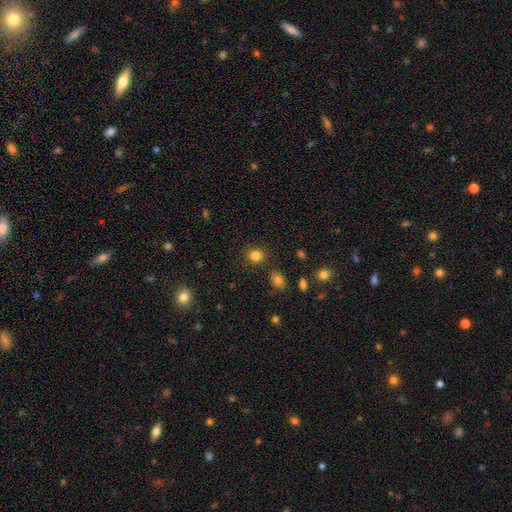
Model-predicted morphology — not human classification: type=smooth (83%); roundness=round (82%); merging=none (86%).